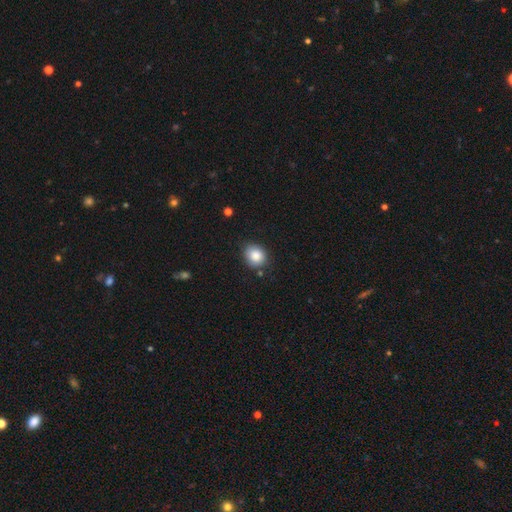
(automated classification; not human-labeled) Smooth or featured? Predicted: smooth (p=0.85). How rounded? Predicted: round (p=0.65). Merging? Predicted: none (p=0.79).